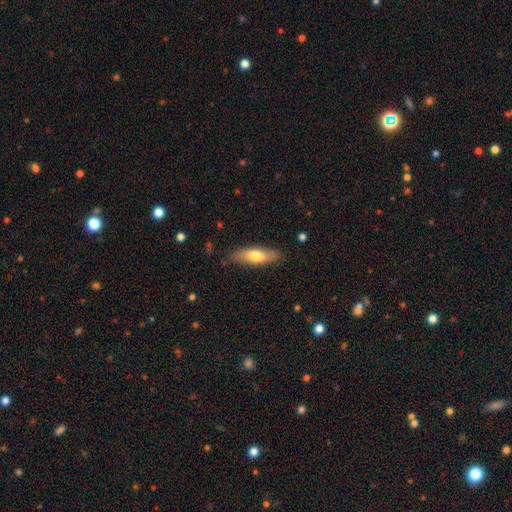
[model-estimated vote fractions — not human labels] Q: Smooth or featured?
A: smooth (67%); runner-up: featured or disk (27%)
Q: How rounded?
A: cigar-shaped (50%); runner-up: in between (48%)
Q: Merging?
A: none (84%); runner-up: minor disturbance (12%)